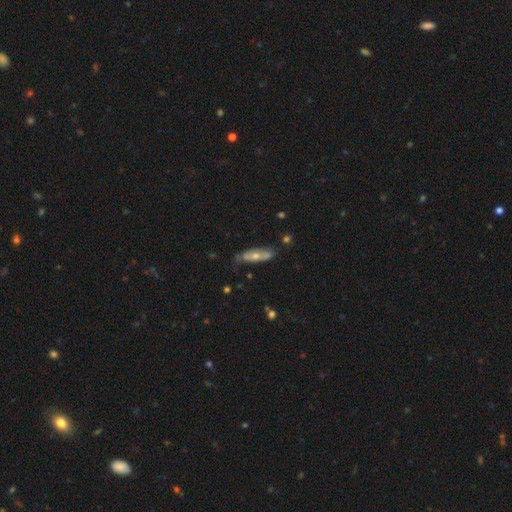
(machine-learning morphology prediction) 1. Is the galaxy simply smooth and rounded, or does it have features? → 47% featured or disk, 46% smooth, 7% star or artifact.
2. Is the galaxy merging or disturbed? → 58% none, 29% minor disturbance, 9% major disturbance, 5% merger.